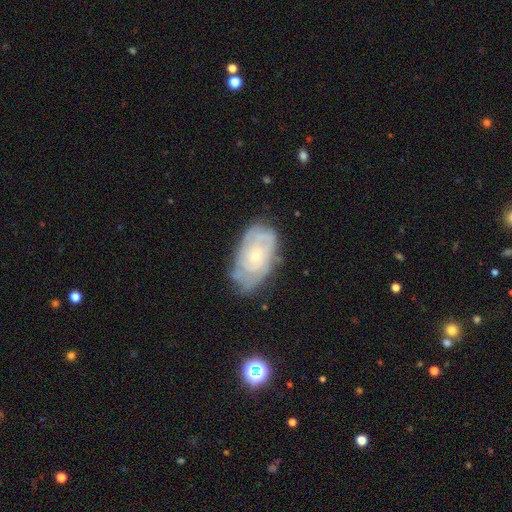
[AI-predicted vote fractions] The model was most divided on "spiral arm count": can't tell: 48%, 2: 20%, 3: 14%, 4: 10%, more than 4: 4%, 1: 4%. More confident: edge-on disk — no (96%); spiral arms — yes (88%); bar — no (79%); smooth or featured — featured or disk (76%); bulge size — small (75%); spiral winding — tight (70%); merging — none (65%).